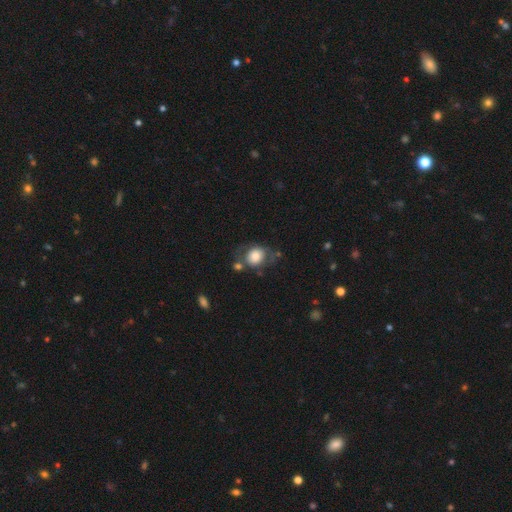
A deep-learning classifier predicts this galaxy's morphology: Overall: smooth (72%). How rounded: round (62%; in between 37%). Merging: none (55%; minor disturbance 20%).